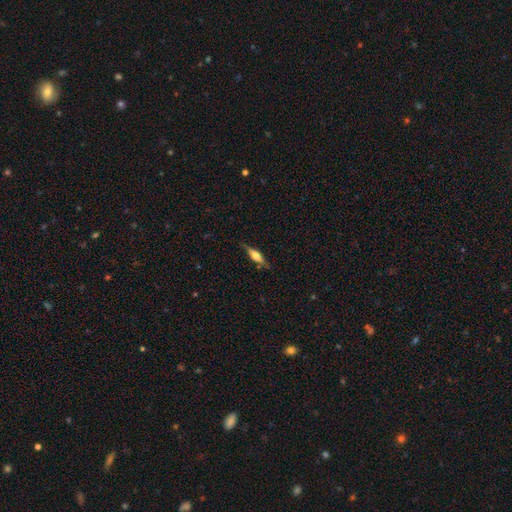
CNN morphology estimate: smooth-or-featured: featured or disk: 60% | smooth: 33% | star or artifact: 7%
  disk-edge-on: yes: 95% | no: 5%
    edge-on-bulge: rounded: 85% | boxy: 12% | none: 3%
  merging: none: 82% | minor disturbance: 14% | major disturbance: 3% | merger: 2%